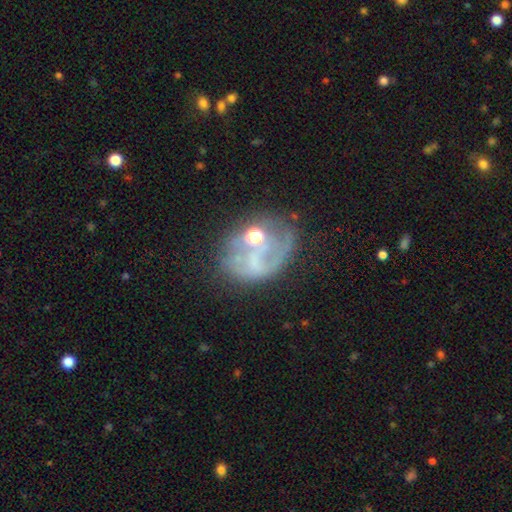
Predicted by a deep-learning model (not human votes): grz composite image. It shows a featured or disk galaxy (55%) with no bar (70%), no spiral arms (59%) and a moderate central bulge (37%). Merging: none (42%).